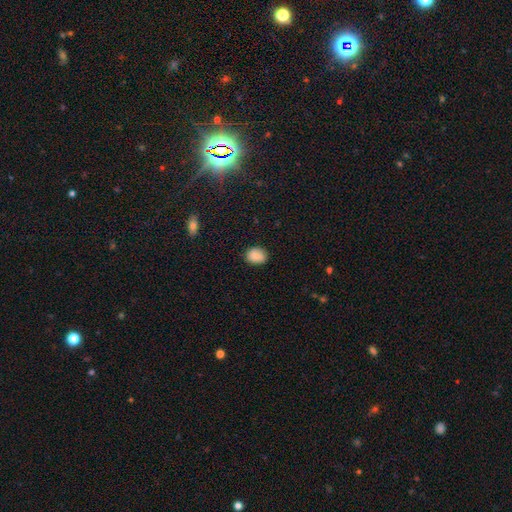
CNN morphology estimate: smooth 86%, star or artifact 8%, featured or disk 6%. Down the decision tree: how rounded — in between (55%); merging — none (84%).